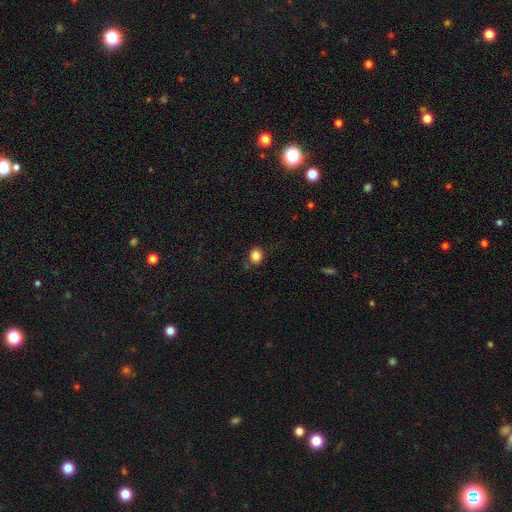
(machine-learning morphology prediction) smooth-or-featured: smooth: 85% | star or artifact: 11% | featured or disk: 5%
  how-rounded: round: 67% | in between: 32% | cigar-shaped: 1%
  merging: none: 77% | minor disturbance: 15% | major disturbance: 4% | merger: 4%